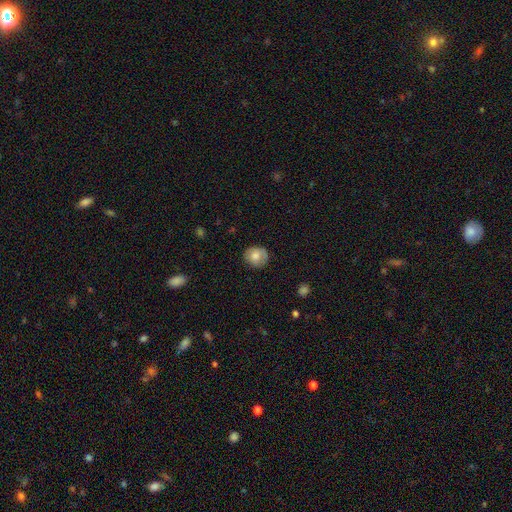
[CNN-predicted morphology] Overall: smooth (76%). How rounded: round (80%). Merging: none (73%).